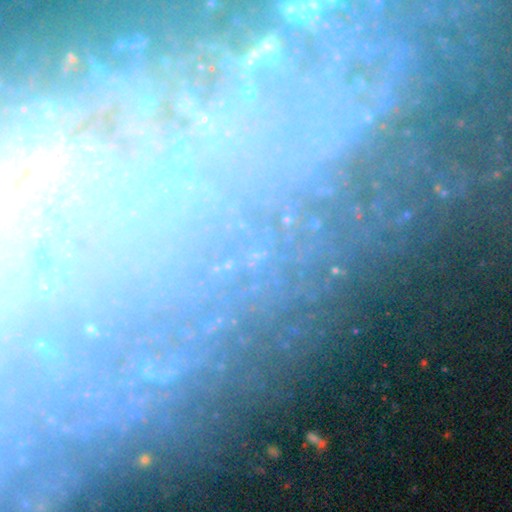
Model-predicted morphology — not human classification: Smooth or featured? star or artifact (54%)